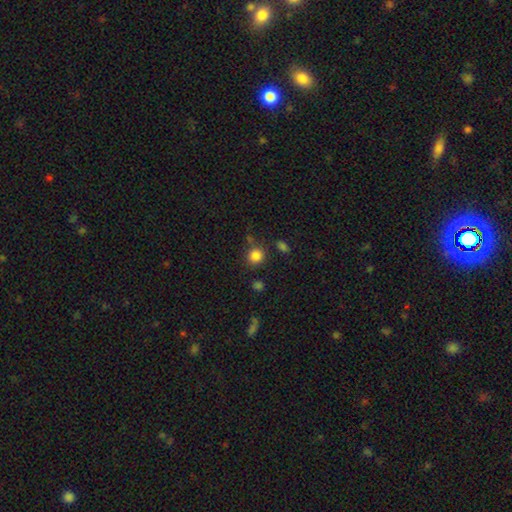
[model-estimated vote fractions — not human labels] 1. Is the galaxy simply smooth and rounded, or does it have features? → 84% smooth, 11% star or artifact, 5% featured or disk.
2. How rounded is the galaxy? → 88% round, 11% in between, 1% cigar-shaped.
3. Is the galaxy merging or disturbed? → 79% none, 10% minor disturbance, 6% merger, 4% major disturbance.